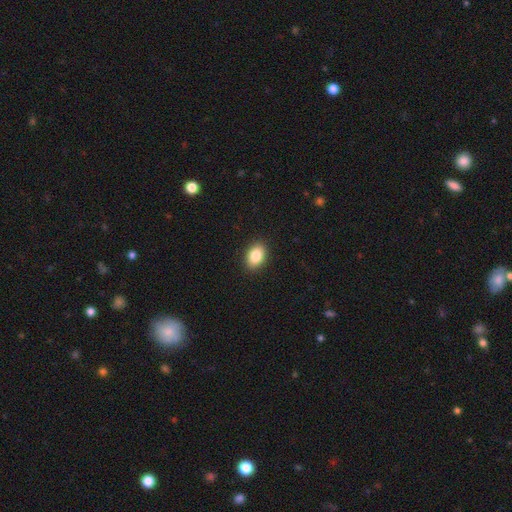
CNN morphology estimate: A smooth galaxy with no disk features (85%) that is in between round and cigar-shaped (82%). Merging: none (90%).